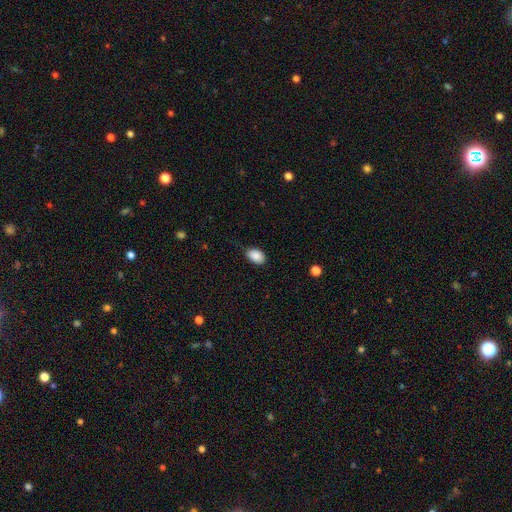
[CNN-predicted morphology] Overall: smooth (88%). How rounded: in between (87%). Merging: none (75%).